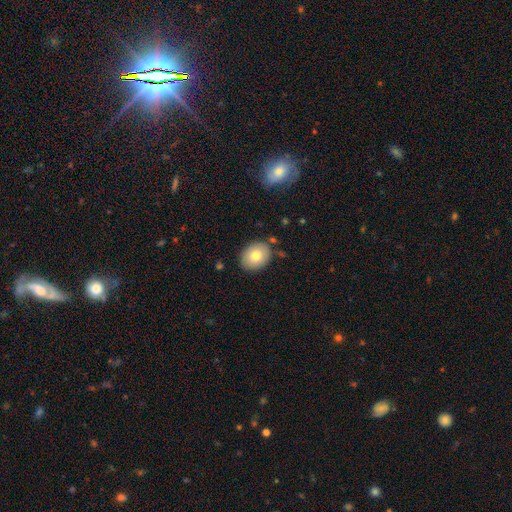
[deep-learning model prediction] A smooth galaxy with no disk features (77%) that is in between round and cigar-shaped (54%). Merging: none (83%).